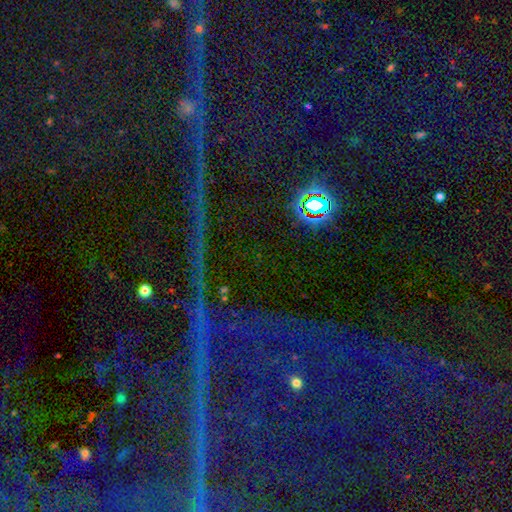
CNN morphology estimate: This appears to be a star or artifact, not a galaxy (84%).